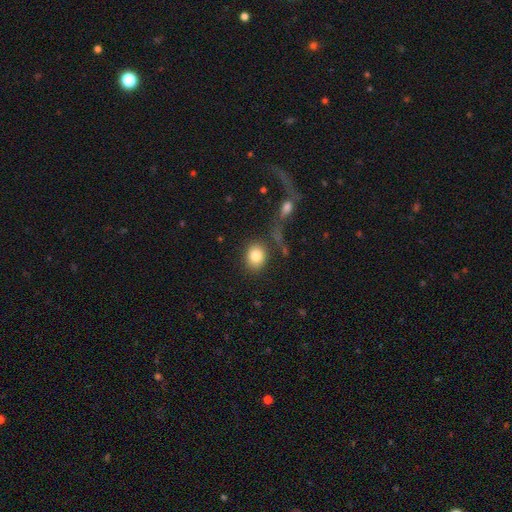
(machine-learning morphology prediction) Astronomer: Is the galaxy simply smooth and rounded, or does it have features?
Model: smooth — 84%.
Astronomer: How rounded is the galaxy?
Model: round — 58% (runner-up: in between, 41%).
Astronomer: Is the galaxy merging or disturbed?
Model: none — 74%.